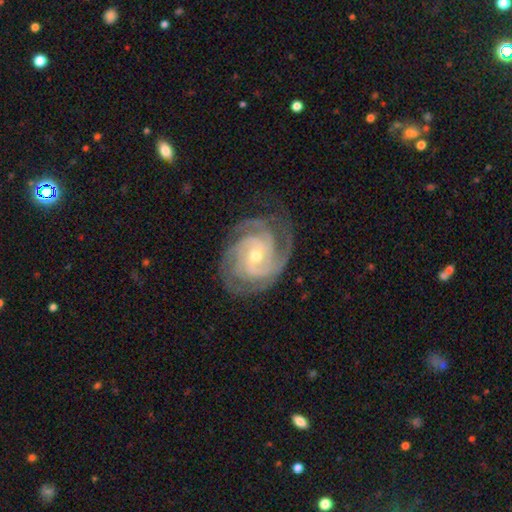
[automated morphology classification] Q: Smooth or featured?
A: featured or disk (92%); runner-up: smooth (4%)
Q: Edge-on disk?
A: no (98%); runner-up: yes (2%)
Q: Bar?
A: no (58%); runner-up: weak (32%)
Q: Spiral arms?
A: yes (98%); runner-up: no (2%)
Q: Spiral winding?
A: tight (71%); runner-up: medium (26%)
Q: Spiral arm count?
A: 3 (43%); runner-up: 4 (17%)
Q: Bulge size?
A: moderate (52%); runner-up: small (45%)
Q: Merging?
A: none (77%); runner-up: minor disturbance (16%)